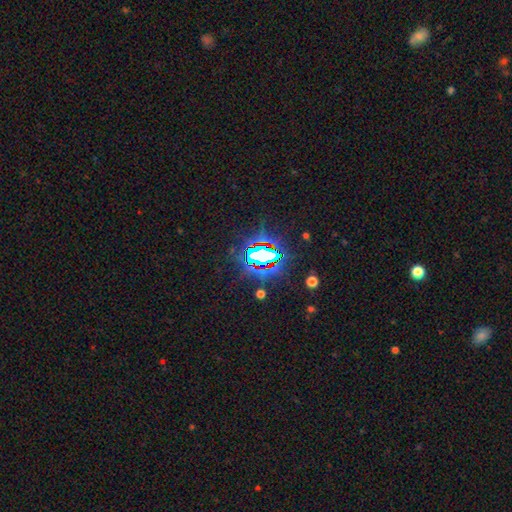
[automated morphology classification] Overall: star or artifact (81%).